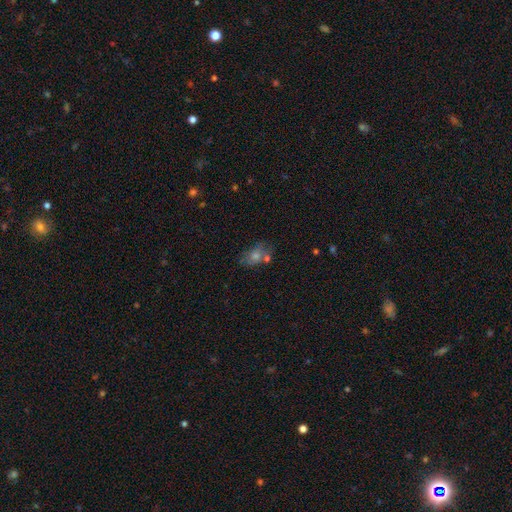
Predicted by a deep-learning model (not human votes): The model was most divided on "smooth or featured": smooth: 50%, featured or disk: 26%, star or artifact: 24%. More confident: merging — none (56%).